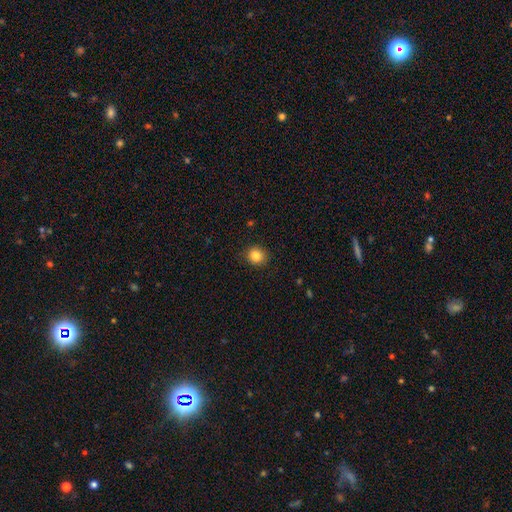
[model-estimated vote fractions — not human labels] This is clearly a smooth galaxy (84%). How rounded: clearly round (87%). Merging: clearly none (90%).